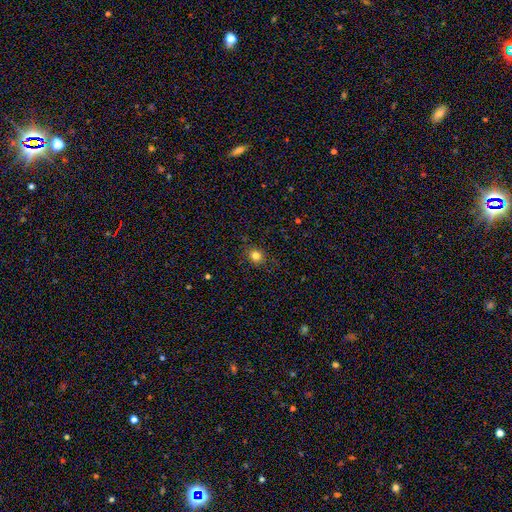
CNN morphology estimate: smooth 80%, star or artifact 14%, featured or disk 6%. Down the decision tree: how rounded — round (83%); merging — none (85%).